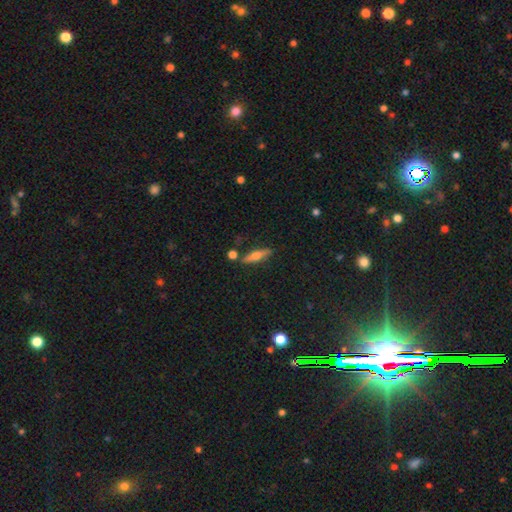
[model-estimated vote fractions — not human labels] Smooth or featured: smooth — 49% (featured or disk — 43%)
Merging: none — 79% (minor disturbance — 11%)